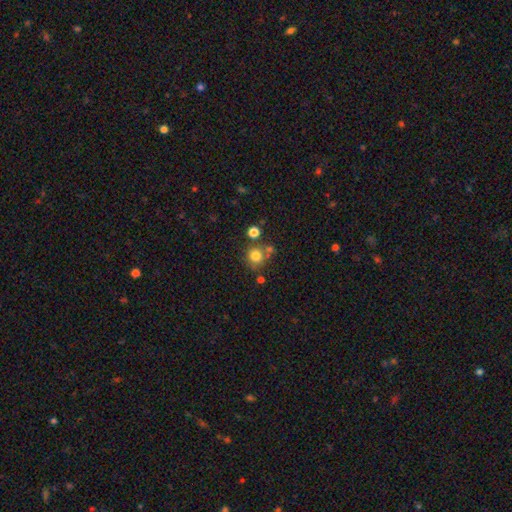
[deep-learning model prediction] Q: Smooth or featured?
A: smooth (77%); runner-up: star or artifact (14%)
Q: How rounded?
A: round (90%); runner-up: in between (9%)
Q: Merging?
A: none (68%); runner-up: merger (18%)